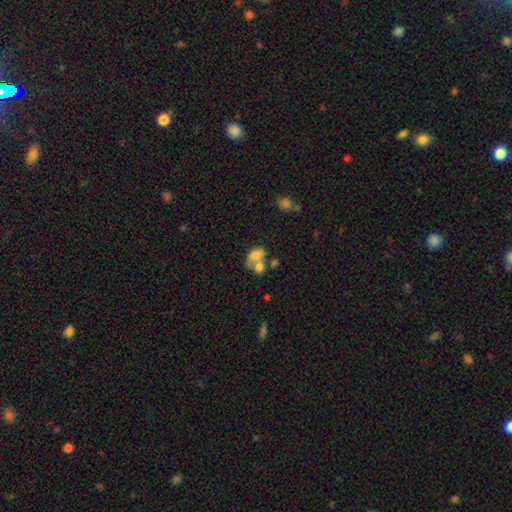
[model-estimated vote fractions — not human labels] A smooth galaxy with no disk features (69%) that is in between round and cigar-shaped (77%).

Vote fractions:
- Smooth or featured? smooth: 69% / featured or disk: 20% / star or artifact: 11%
- How rounded? in between: 77% / round: 21% / cigar-shaped: 2%
- Merging? merger: 55% / none: 24% / minor disturbance: 12% / major disturbance: 9%